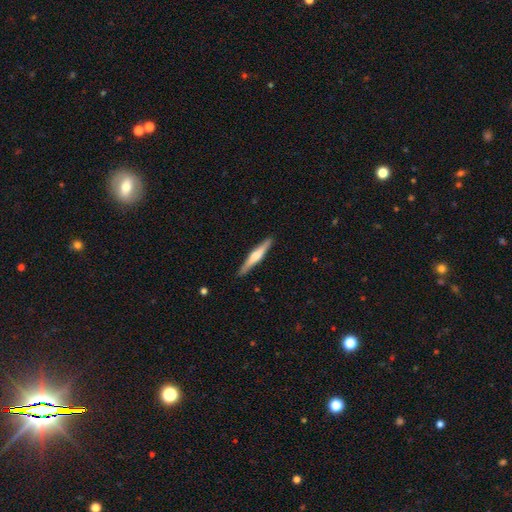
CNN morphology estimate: This appears to be a featured or disk galaxy (56%) viewed edge-on (97%) with a rounded central bulge (76%). Merging: none (90%).